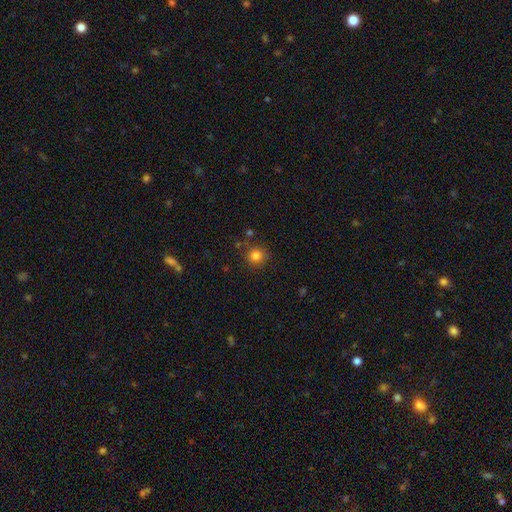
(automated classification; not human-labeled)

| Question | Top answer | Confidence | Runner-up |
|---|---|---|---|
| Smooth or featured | smooth | 82% | star or artifact (13%) |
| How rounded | round | 90% | in between (10%) |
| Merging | none | 81% | minor disturbance (11%) |